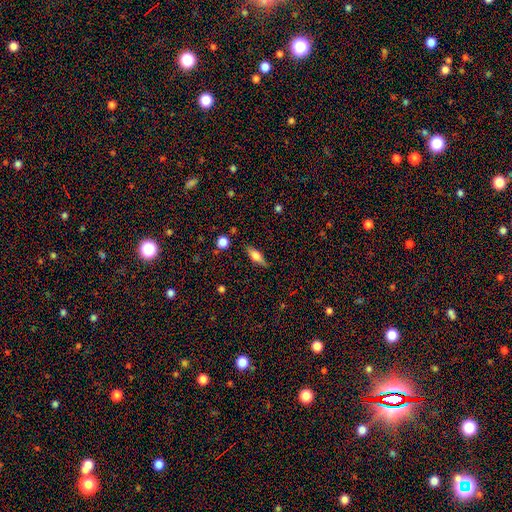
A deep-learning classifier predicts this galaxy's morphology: This appears to be a smooth galaxy with no disk features (59%) that is in between round and cigar-shaped (53%). Merging: none (79%).